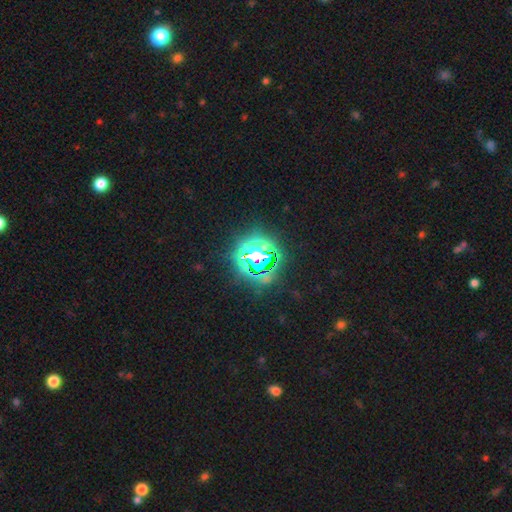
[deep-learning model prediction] A star or artifact, not a galaxy (73%).

Vote fractions:
- Smooth or featured? star or artifact: 73% / smooth: 18% / featured or disk: 9%